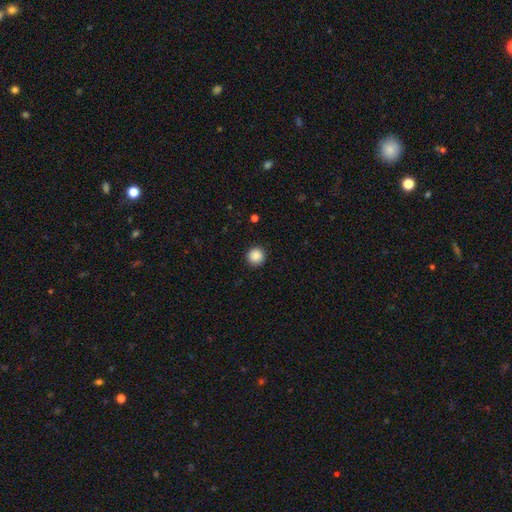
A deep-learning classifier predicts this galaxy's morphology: Smooth or featured: smooth — 88% (star or artifact — 9%)
How rounded: round — 95% (in between — 4%)
Merging: none — 92% (minor disturbance — 5%)